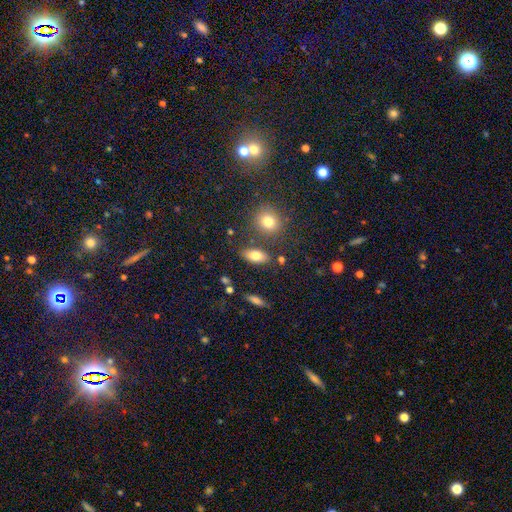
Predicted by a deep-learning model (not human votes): The model was most divided on "smooth or featured": smooth: 78%, featured or disk: 12%, star or artifact: 10%. More confident: how rounded — in between (85%); merging — none (78%).